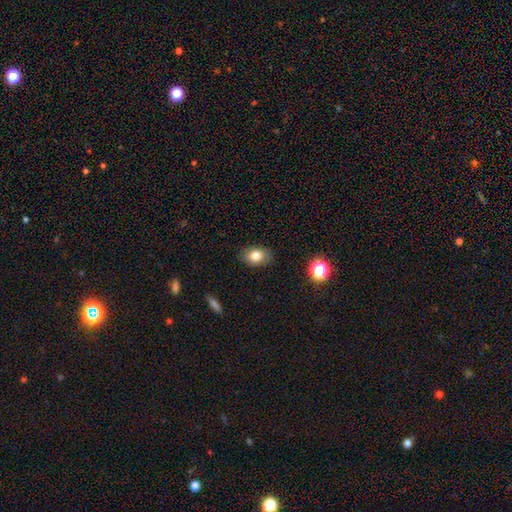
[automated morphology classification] Smooth or featured? smooth (80%)
How rounded? in between (76%)
Merging? none (86%)